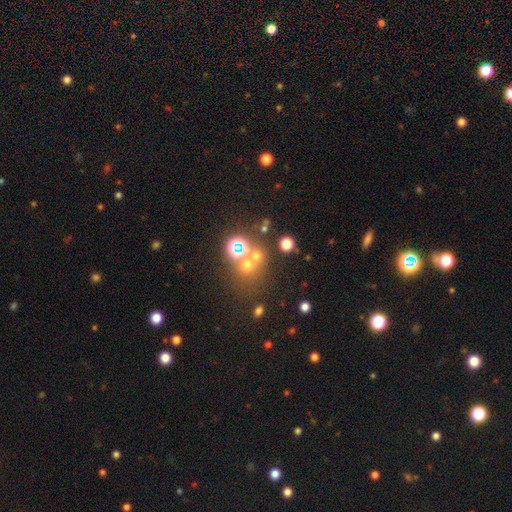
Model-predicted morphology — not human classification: smooth_or_featured: smooth (p=0.51) [alt: star or artifact p=0.35]
how_rounded: round (p=0.81) [alt: in between p=0.17]
merging: none (p=0.57) [alt: merger p=0.28]